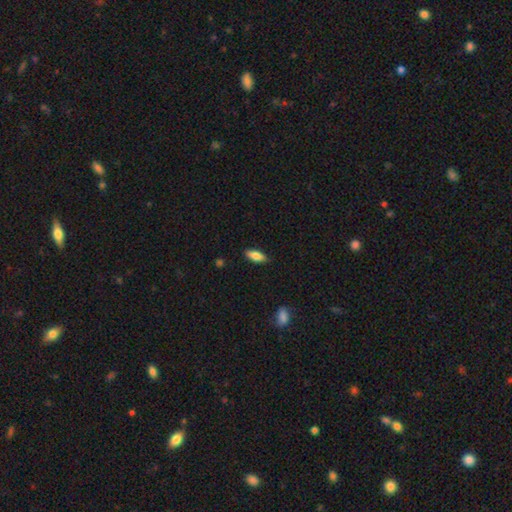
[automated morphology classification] Overall: smooth (78%). How rounded: in between (74%). Merging: none (87%).